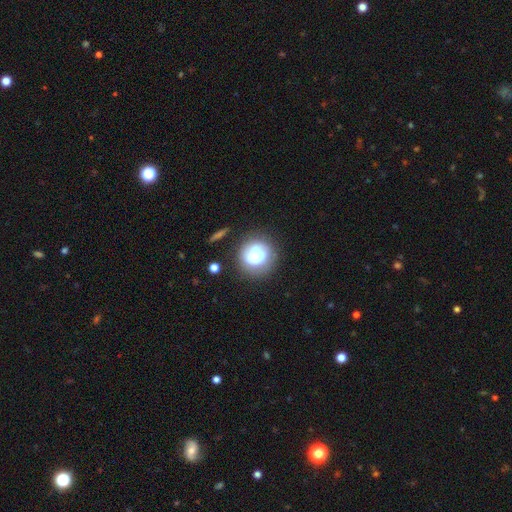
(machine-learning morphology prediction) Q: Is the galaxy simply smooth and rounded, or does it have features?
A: smooth — 63%.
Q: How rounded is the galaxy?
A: round — 86%.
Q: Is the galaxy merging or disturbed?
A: none — 61%.